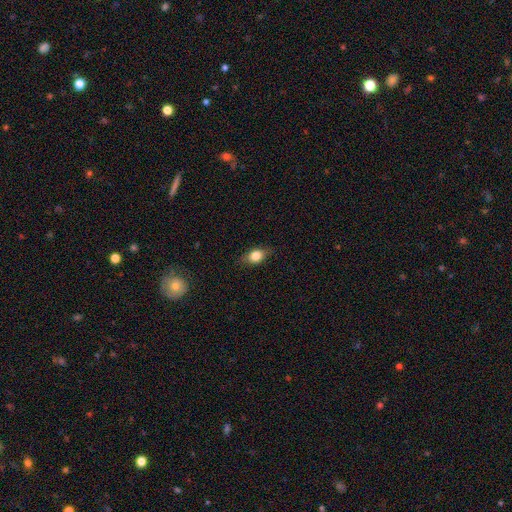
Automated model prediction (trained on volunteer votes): A smooth galaxy with no disk features (76%) that is in between round and cigar-shaped (73%).

Vote fractions:
- Smooth or featured? smooth: 76% / featured or disk: 15% / star or artifact: 9%
- How rounded? in between: 73% / round: 21% / cigar-shaped: 5%
- Merging? none: 80% / minor disturbance: 16% / major disturbance: 3% / merger: 1%